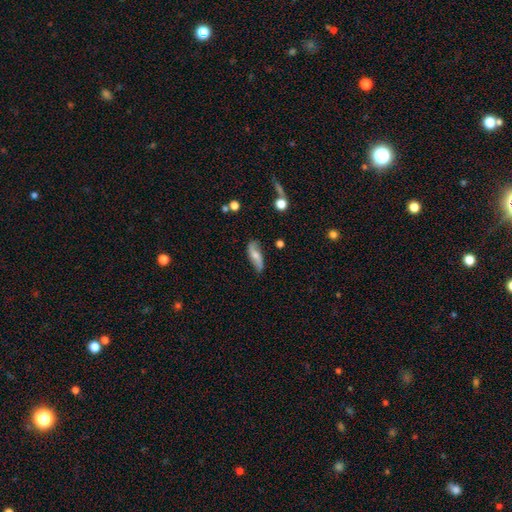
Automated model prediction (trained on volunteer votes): Smooth or featured? featured or disk (52%)
Edge-on disk? no (83%)
Merging? none (73%)